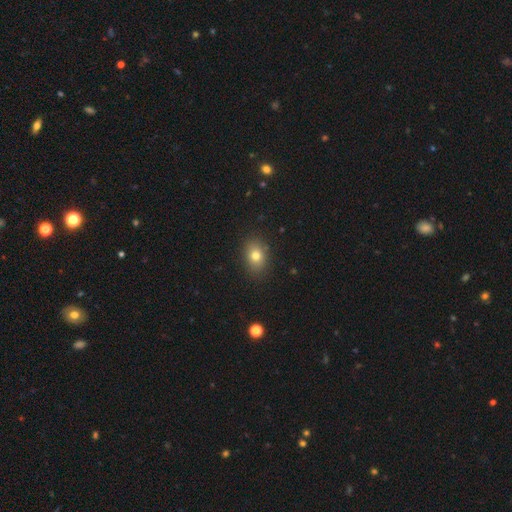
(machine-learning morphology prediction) smooth_or_featured: smooth (p=0.77) [alt: star or artifact p=0.11]
how_rounded: in between (p=0.66) [alt: round p=0.33]
merging: none (p=0.87) [alt: minor disturbance p=0.09]